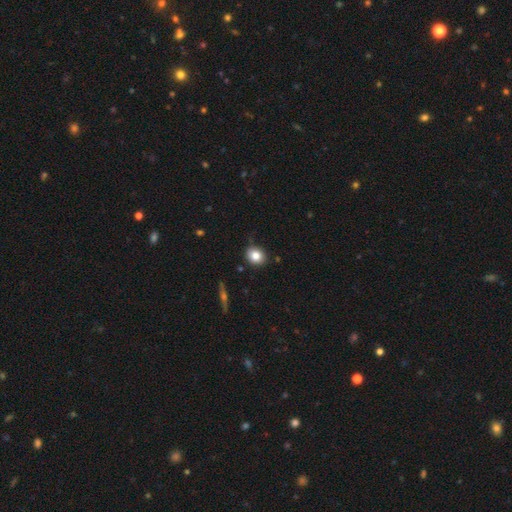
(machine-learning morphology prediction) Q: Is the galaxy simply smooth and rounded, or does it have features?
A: smooth — 81%.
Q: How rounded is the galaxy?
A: round — 67%.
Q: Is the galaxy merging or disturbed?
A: none — 84%.